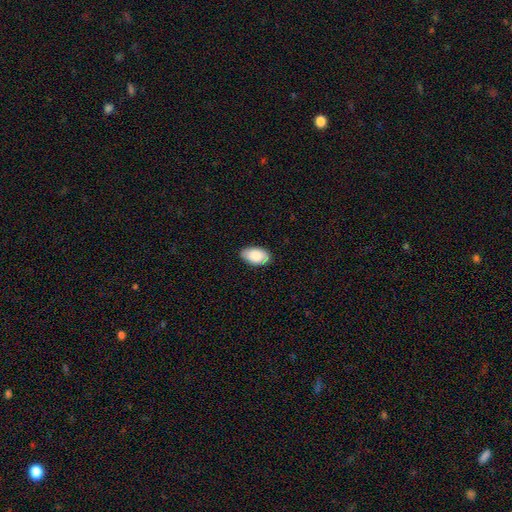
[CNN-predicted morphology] Smooth or featured: smooth — 85% (featured or disk — 9%)
How rounded: in between — 95% (round — 4%)
Merging: none — 86% (minor disturbance — 11%)